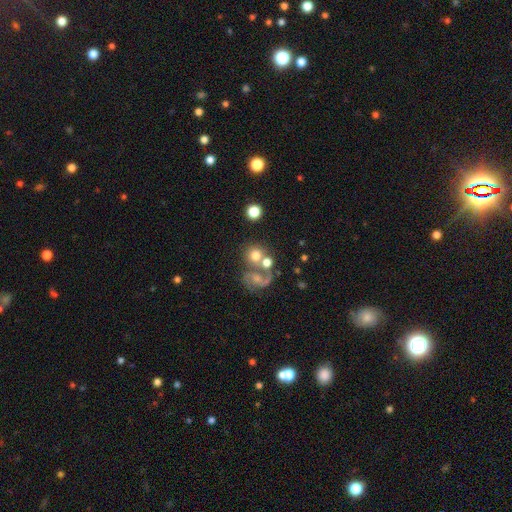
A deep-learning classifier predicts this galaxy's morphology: Smooth or featured?
  - smooth: 60% *
  - featured or disk: 28%
  - star or artifact: 12%
How rounded?
  - round: 84% *
  - in between: 15%
  - cigar-shaped: 1%
Merging?
  - none: 49% *
  - merger: 34%
  - minor disturbance: 10%
  - major disturbance: 8%